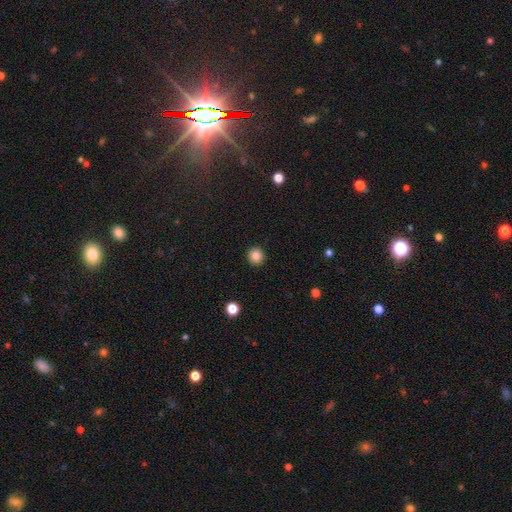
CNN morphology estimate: Smooth or featured?
  - smooth: 84% *
  - star or artifact: 11%
  - featured or disk: 5%
How rounded?
  - round: 94% *
  - in between: 5%
  - cigar-shaped: 1%
Merging?
  - none: 93% *
  - minor disturbance: 5%
  - major disturbance: 2%
  - merger: 1%